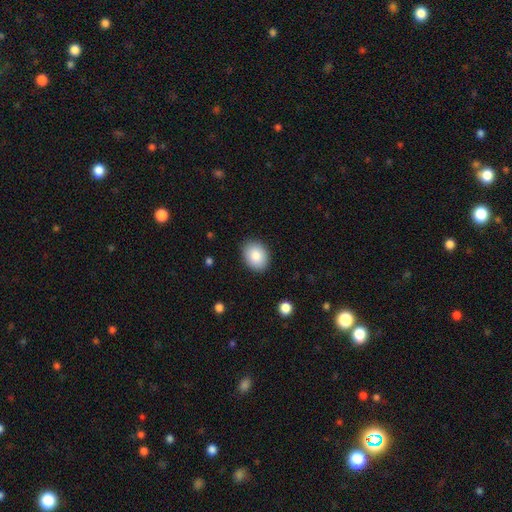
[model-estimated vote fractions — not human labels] A smooth galaxy with no disk features (86%) that is in between round and cigar-shaped (64%).

Vote fractions:
- Smooth or featured? smooth: 86% / star or artifact: 7% / featured or disk: 7%
- How rounded? in between: 64% / round: 35% / cigar-shaped: 1%
- Merging? none: 88% / minor disturbance: 9% / major disturbance: 2% / merger: 1%